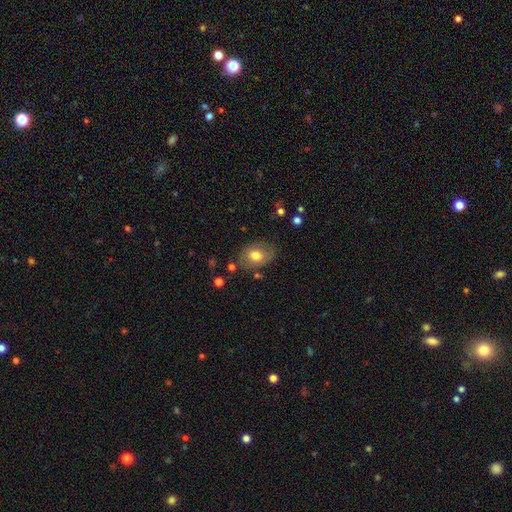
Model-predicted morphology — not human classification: Smooth or featured? Predicted: smooth (p=0.71). How rounded? Predicted: in between (p=0.67). Merging? Predicted: none (p=0.74).